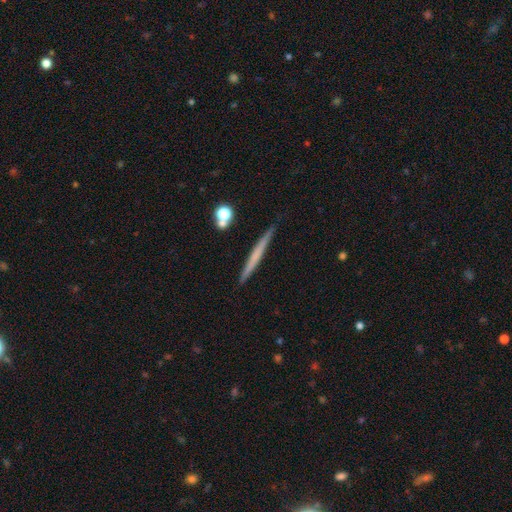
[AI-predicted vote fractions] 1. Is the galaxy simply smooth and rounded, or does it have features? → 49% smooth, 44% featured or disk, 6% star or artifact.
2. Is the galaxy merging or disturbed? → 88% none, 8% minor disturbance, 2% merger, 2% major disturbance.